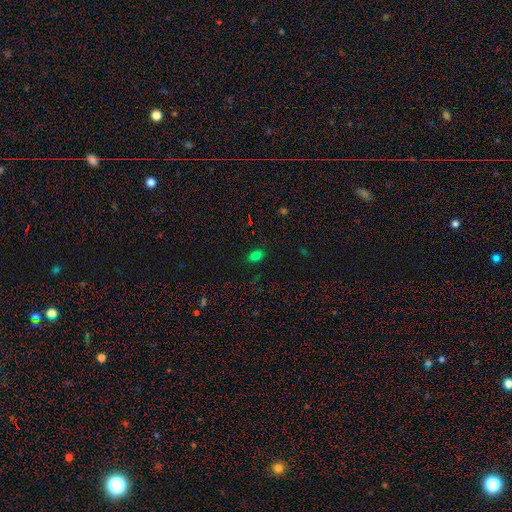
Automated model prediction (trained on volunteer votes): Smooth or featured? smooth (78%)
How rounded? in between (82%)
Merging? none (85%)